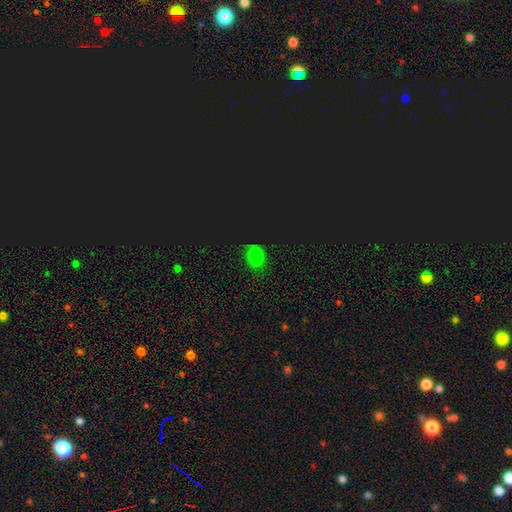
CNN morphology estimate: Overall: smooth (65%; star or artifact 29%). How rounded: round (51%; in between 48%). Merging: none (75%).